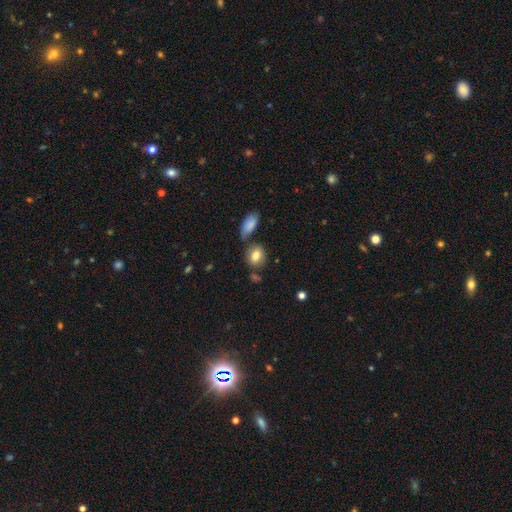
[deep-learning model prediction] This appears to be a smooth galaxy with no disk features (82%) that is in between round and cigar-shaped (58%). Merging: none (64%).